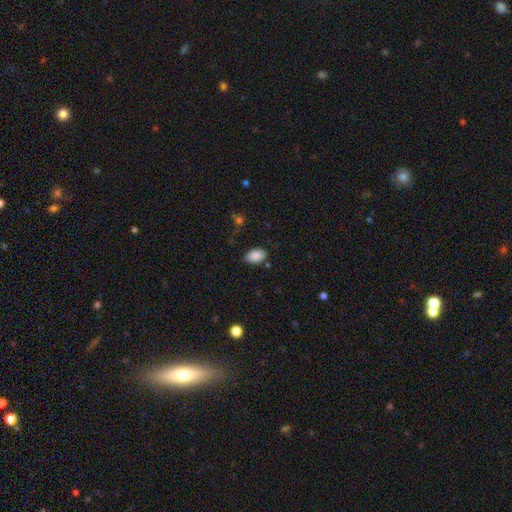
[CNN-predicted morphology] smooth 88%, star or artifact 7%, featured or disk 4%. Down the decision tree: how rounded — in between (92%); merging — none (83%).